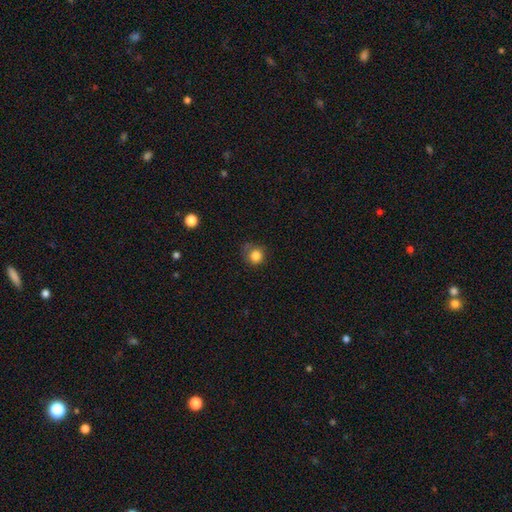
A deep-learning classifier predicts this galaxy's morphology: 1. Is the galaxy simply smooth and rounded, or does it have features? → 83% smooth, 11% star or artifact, 6% featured or disk.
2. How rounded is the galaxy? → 85% round, 14% in between, 1% cigar-shaped.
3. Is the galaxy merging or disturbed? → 60% none, 27% minor disturbance, 11% major disturbance, 2% merger.